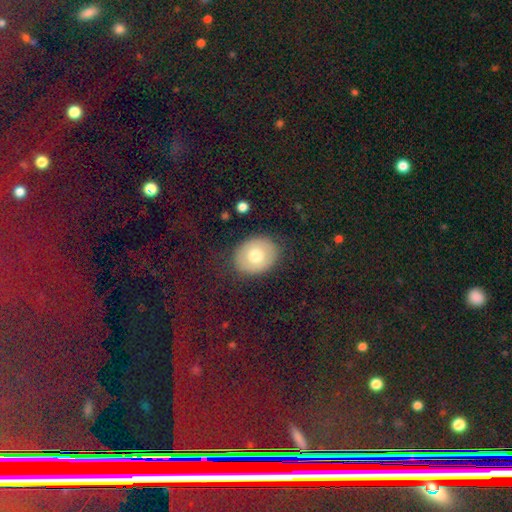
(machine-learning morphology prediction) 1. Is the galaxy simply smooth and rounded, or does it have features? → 69% smooth, 22% featured or disk, 9% star or artifact.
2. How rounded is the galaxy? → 53% round, 46% in between, 1% cigar-shaped.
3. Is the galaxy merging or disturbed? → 86% none, 9% minor disturbance, 4% major disturbance, 1% merger.